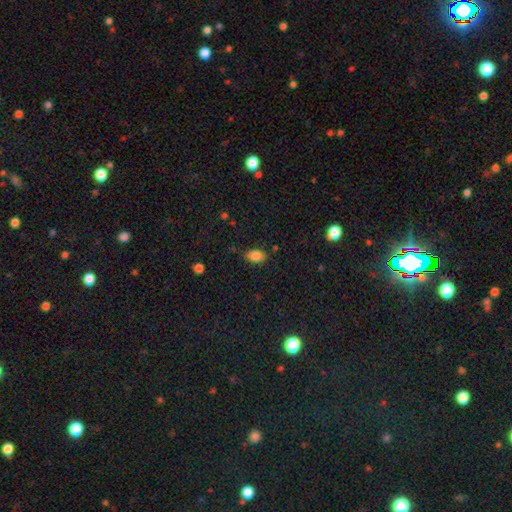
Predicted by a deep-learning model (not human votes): Smooth or featured?
  - smooth: 83% *
  - star or artifact: 10%
  - featured or disk: 7%
How rounded?
  - in between: 85% *
  - round: 13%
  - cigar-shaped: 2%
Merging?
  - none: 74% *
  - minor disturbance: 20%
  - major disturbance: 4%
  - merger: 2%